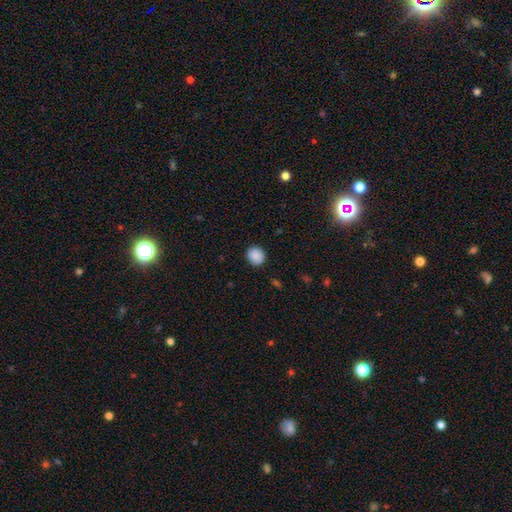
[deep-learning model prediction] Overall: smooth (89%). How rounded: round (86%). Merging: none (90%).